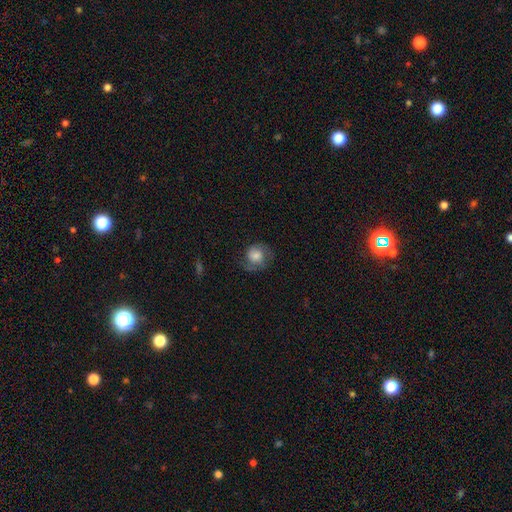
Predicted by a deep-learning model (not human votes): Morphology: type=smooth (50%); merging=none (58%).